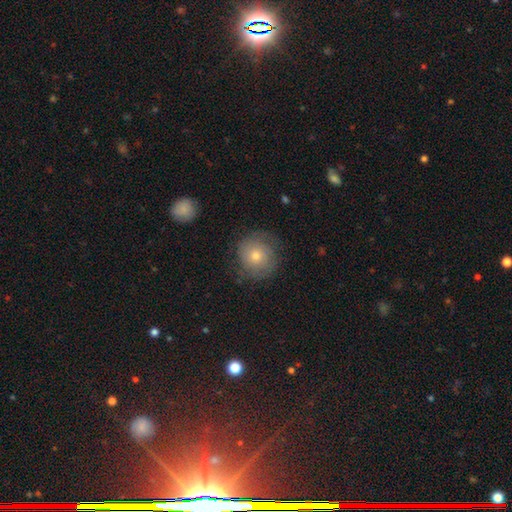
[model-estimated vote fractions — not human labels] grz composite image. It shows a smooth galaxy with no disk features (62%) that is round (92%). Merging: none (74%).